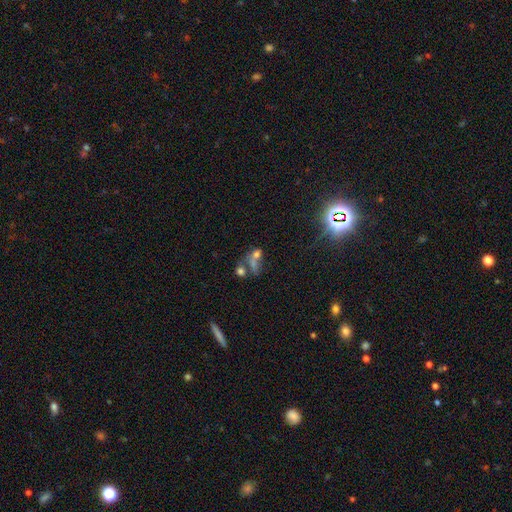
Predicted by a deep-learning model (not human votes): Overall: smooth (39%; star or artifact 34%). Merging: merger (49%; none 28%).